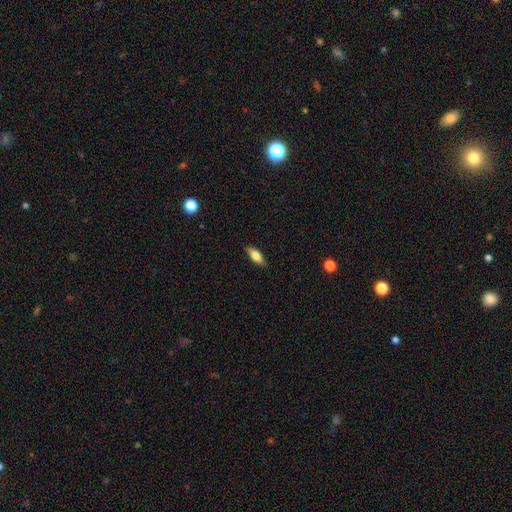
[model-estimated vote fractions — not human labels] Morphology: type=smooth (68%); roundness=in between (71%); merging=none (84%).